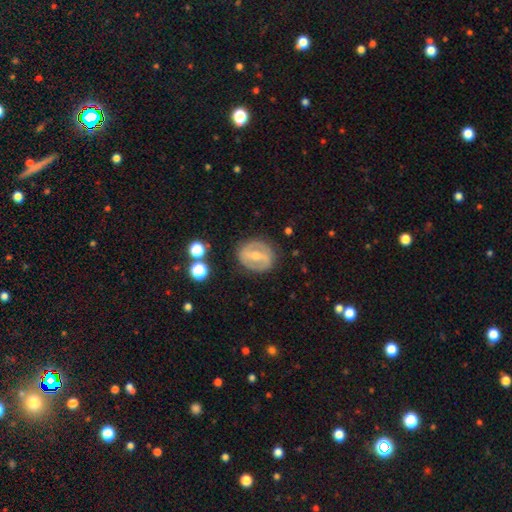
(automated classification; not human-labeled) Morphology: type=featured or disk (69%); edge-on=no (95%); bar=strong (54%); spiral arms=no (50%, tied with yes); bulge=moderate (54%); merging=none (81%).